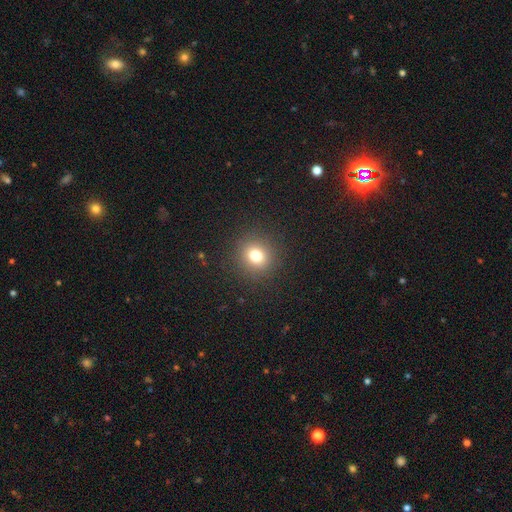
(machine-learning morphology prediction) smooth-or-featured: smooth: 77% | star or artifact: 15% | featured or disk: 8%
  how-rounded: round: 88% | in between: 11% | cigar-shaped: 1%
  merging: none: 90% | minor disturbance: 6% | major disturbance: 3% | merger: 1%